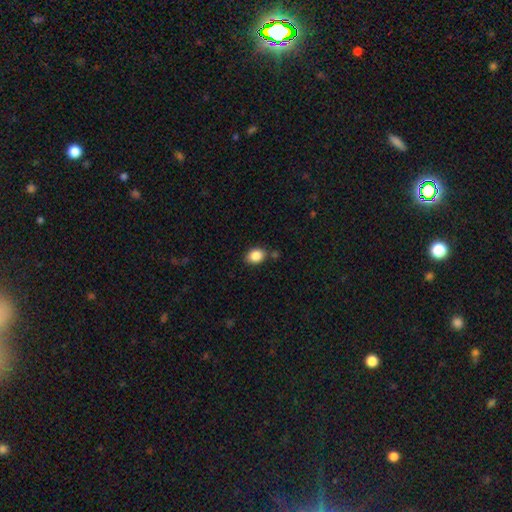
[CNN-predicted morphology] A smooth galaxy with no disk features (86%) that is in between round and cigar-shaped (65%). Merging: none (76%).